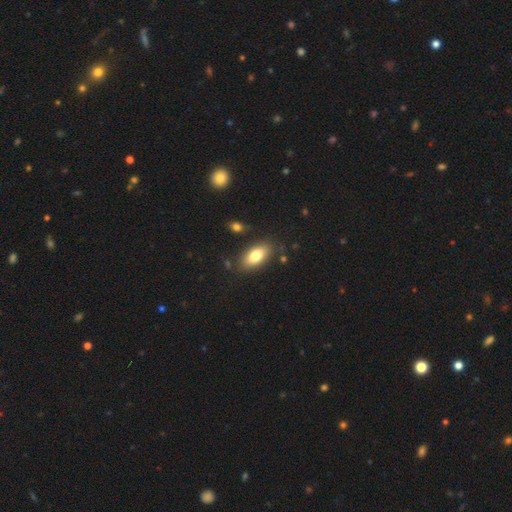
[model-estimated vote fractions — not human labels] smooth_or_featured: smooth (p=0.79) [alt: featured or disk p=0.14]
how_rounded: in between (p=0.89) [alt: cigar-shaped p=0.07]
merging: none (p=0.82) [alt: minor disturbance p=0.12]